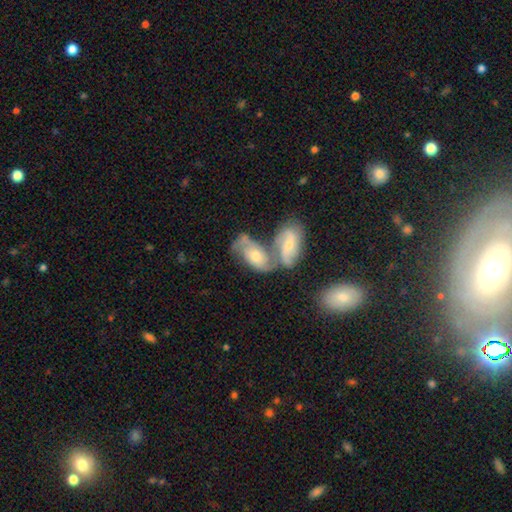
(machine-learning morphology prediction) featured or disk 60%, smooth 32%, star or artifact 8%. Down the decision tree: edge-on disk — no (92%); bar — no (66%); spiral arms — yes (82%); bulge size — moderate (50%); merging — merger (60%).